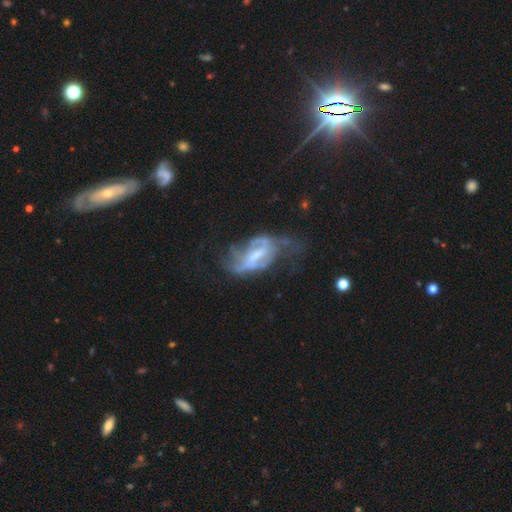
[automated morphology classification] Q: Smooth or featured?
A: featured or disk (76%); runner-up: smooth (15%)
Q: Edge-on disk?
A: no (90%); runner-up: yes (10%)
Q: Bar?
A: weak (43%); runner-up: strong (33%)
Q: Spiral arms?
A: yes (70%); runner-up: no (30%)
Q: Bulge size?
A: moderate (37%); tied with: small (37%)
Q: Merging?
A: major disturbance (39%); runner-up: none (33%)